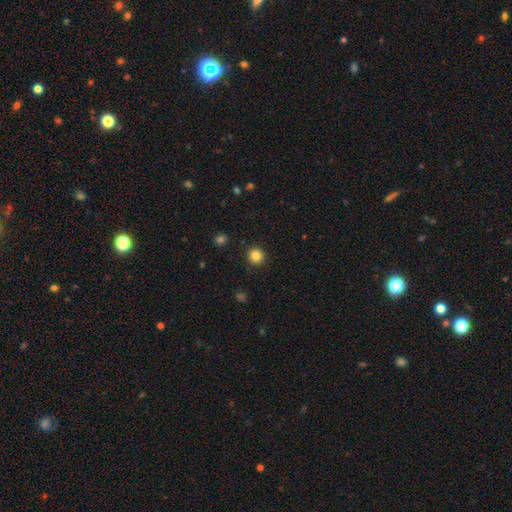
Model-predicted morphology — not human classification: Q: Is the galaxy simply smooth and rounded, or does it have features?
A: smooth — 83%.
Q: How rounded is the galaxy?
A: round — 94%.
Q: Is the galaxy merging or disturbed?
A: none — 92%.